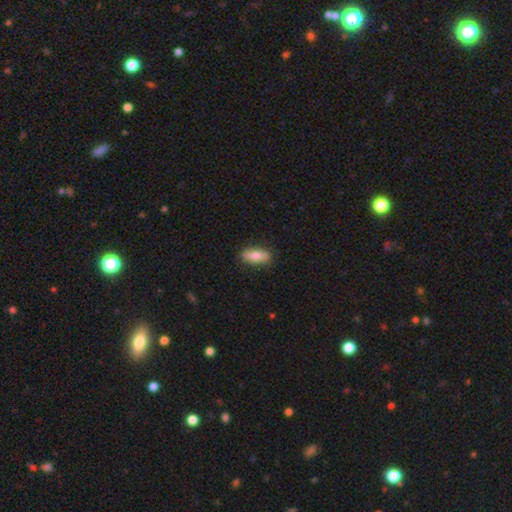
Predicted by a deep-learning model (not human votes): The model was most divided on "smooth or featured": smooth: 69%, featured or disk: 24%, star or artifact: 6%. More confident: merging — none (86%); how rounded — in between (72%).